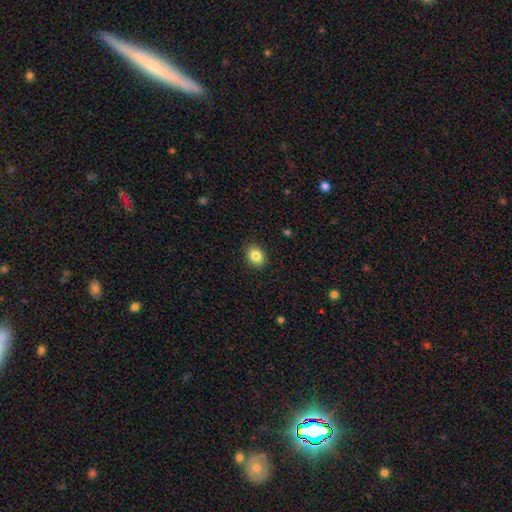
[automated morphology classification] A smooth galaxy with no disk features (85%) that is round (50%).

Vote fractions:
- Smooth or featured? smooth: 85% / star or artifact: 9% / featured or disk: 6%
- How rounded? round: 50% / in between: 49% / cigar-shaped: 1%
- Merging? none: 90% / minor disturbance: 7% / major disturbance: 2% / merger: 1%